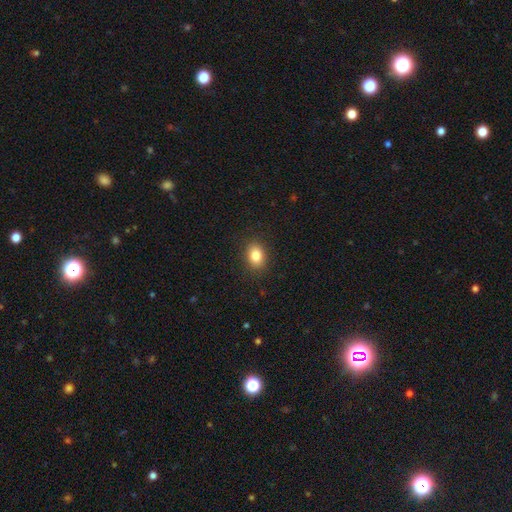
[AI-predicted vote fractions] smooth 84%, star or artifact 10%, featured or disk 6%. Down the decision tree: how rounded — in between (65%); merging — none (89%).